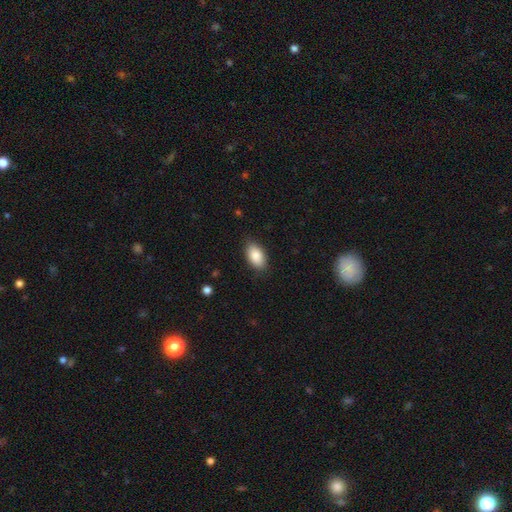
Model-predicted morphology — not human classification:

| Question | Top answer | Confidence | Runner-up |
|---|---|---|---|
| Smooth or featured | smooth | 88% | star or artifact (7%) |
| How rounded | in between | 93% | round (5%) |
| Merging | none | 84% | minor disturbance (12%) |